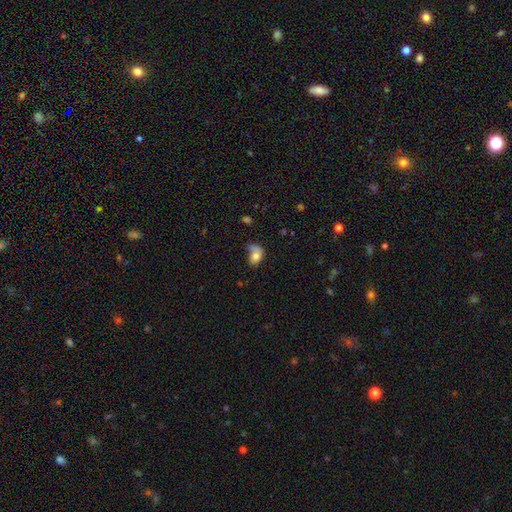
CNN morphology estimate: Overall: smooth (72%). How rounded: in between (76%). Merging: none (30%; major disturbance 28%).